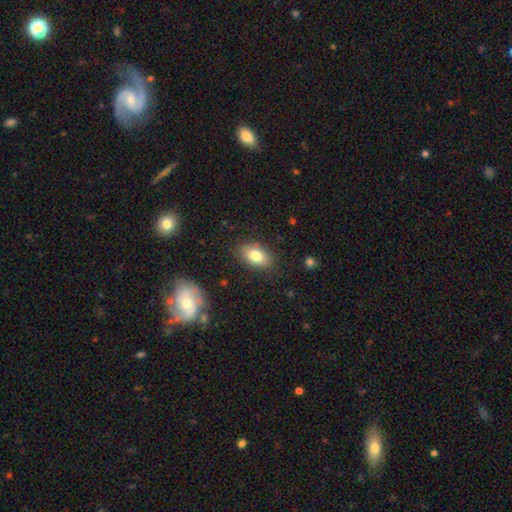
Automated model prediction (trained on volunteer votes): A smooth galaxy with no disk features (80%) that is in between round and cigar-shaped (88%).

Vote fractions:
- Smooth or featured? smooth: 80% / featured or disk: 12% / star or artifact: 8%
- How rounded? in between: 88% / round: 9% / cigar-shaped: 3%
- Merging? none: 83% / minor disturbance: 12% / major disturbance: 3% / merger: 2%